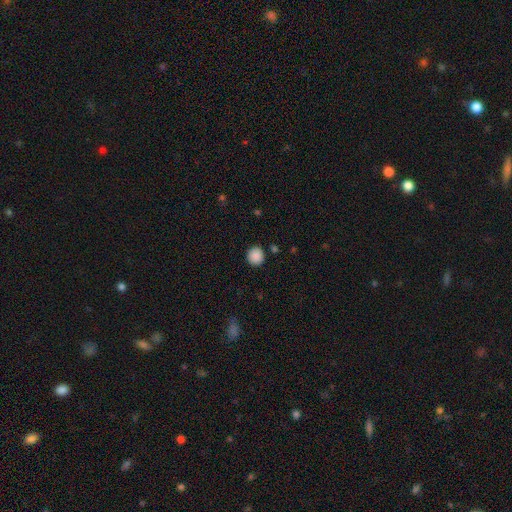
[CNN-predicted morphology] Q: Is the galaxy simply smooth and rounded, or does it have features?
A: smooth — 88%.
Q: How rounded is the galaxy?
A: round — 92%.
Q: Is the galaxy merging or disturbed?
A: none — 89%.